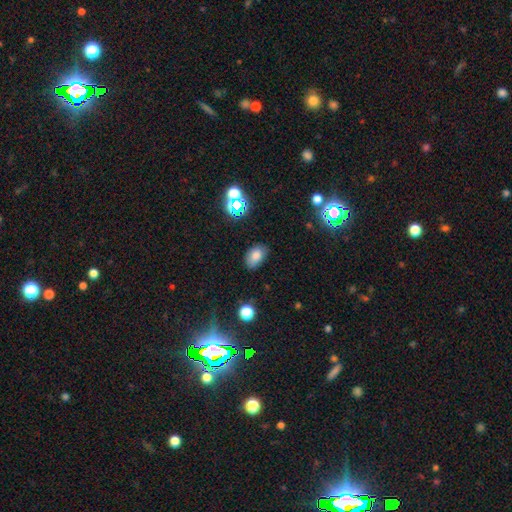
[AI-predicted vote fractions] Morphology: type=smooth (79%); roundness=in between (88%); merging=none (75%).